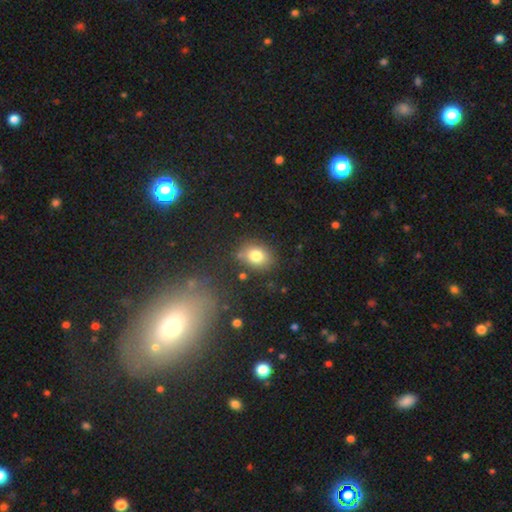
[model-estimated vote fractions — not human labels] Smooth or featured? Predicted: smooth (p=0.80). How rounded? Predicted: in between (p=0.56). Merging? Predicted: none (p=0.78).